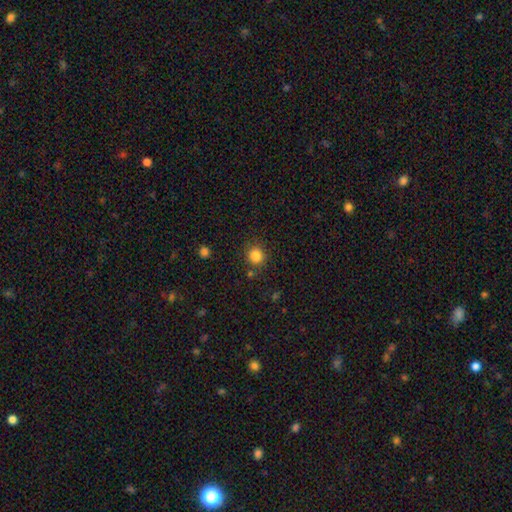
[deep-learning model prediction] This is clearly a smooth galaxy (84%). How rounded: clearly round (91%). Merging: clearly none (83%).